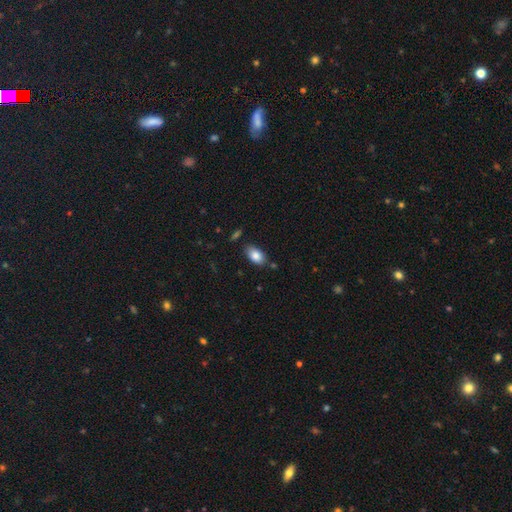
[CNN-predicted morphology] Smooth or featured: smooth — 86% (star or artifact — 7%)
How rounded: in between — 92% (round — 6%)
Merging: none — 79% (minor disturbance — 14%)